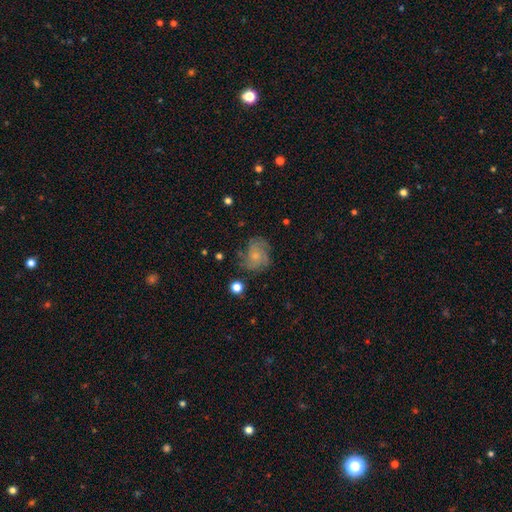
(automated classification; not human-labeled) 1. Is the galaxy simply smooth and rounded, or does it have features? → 57% featured or disk, 32% smooth, 10% star or artifact.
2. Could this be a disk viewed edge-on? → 97% no, 3% yes.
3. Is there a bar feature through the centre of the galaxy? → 80% no, 18% weak, 2% strong.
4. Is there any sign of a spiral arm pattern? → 86% yes, 14% no.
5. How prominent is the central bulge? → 61% small, 26% moderate, 9% none, 2% large, 1% dominant.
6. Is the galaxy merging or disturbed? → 67% none, 21% minor disturbance, 10% major disturbance, 2% merger.